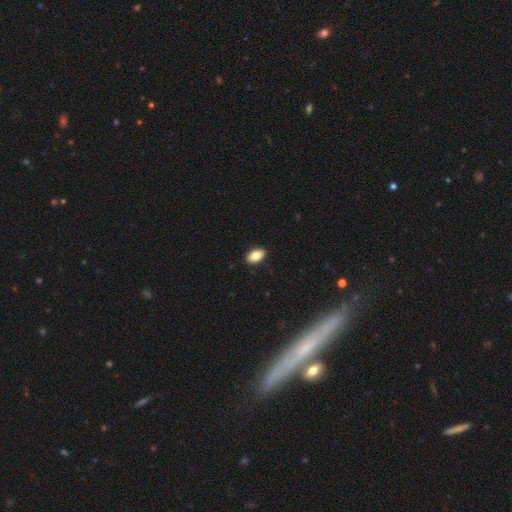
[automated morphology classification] The model was most divided on "smooth or featured": smooth: 84%, featured or disk: 9%, star or artifact: 7%. More confident: how rounded — in between (91%); merging — none (90%).